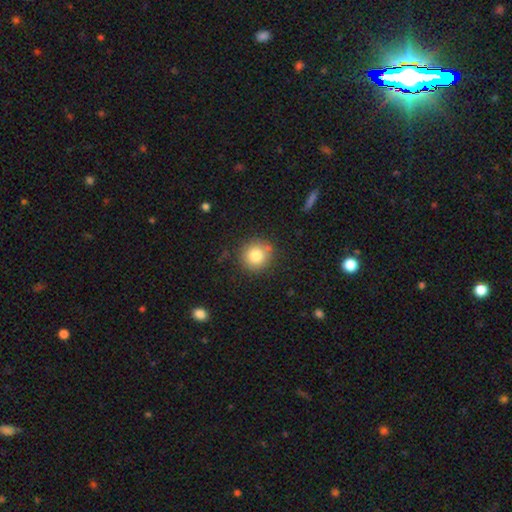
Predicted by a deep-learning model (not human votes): Smooth or featured? smooth (81%)
How rounded? round (92%)
Merging? none (84%)